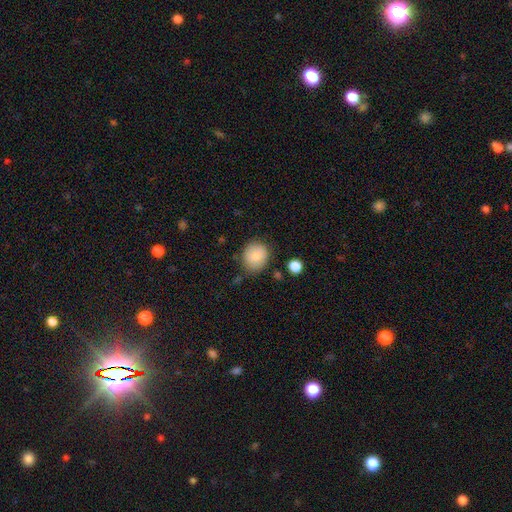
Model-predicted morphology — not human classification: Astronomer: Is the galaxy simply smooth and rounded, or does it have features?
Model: smooth — 83%.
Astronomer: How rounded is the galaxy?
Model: round — 77%.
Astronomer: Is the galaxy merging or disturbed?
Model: none — 75%.